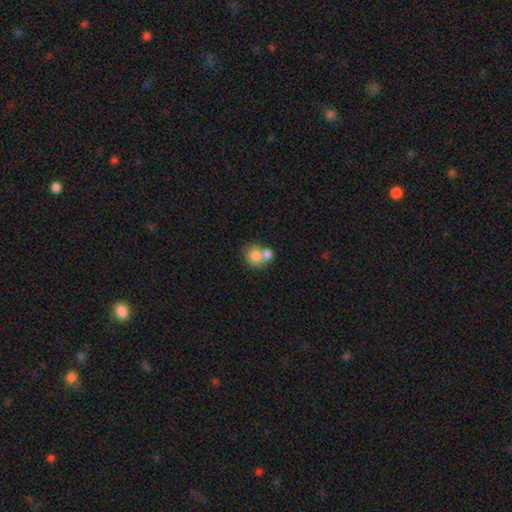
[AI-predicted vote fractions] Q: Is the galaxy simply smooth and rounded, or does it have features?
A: smooth — 78%.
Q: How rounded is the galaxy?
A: round — 73%.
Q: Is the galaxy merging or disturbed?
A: merger — 54%.